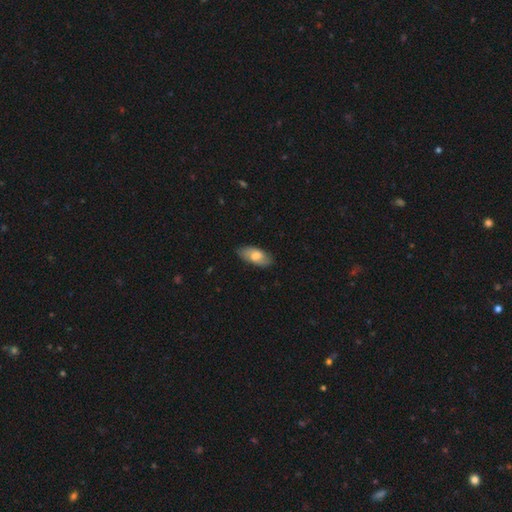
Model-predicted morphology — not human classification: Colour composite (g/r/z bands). It shows a smooth galaxy with no disk features (65%) that is in between round and cigar-shaped (90%). Merging: none (78%).